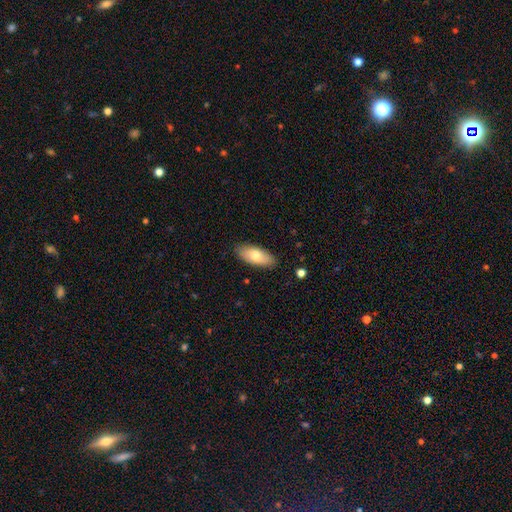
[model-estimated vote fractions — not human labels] Q: Smooth or featured?
A: smooth (73%); runner-up: featured or disk (22%)
Q: How rounded?
A: in between (86%); runner-up: cigar-shaped (12%)
Q: Merging?
A: none (87%); runner-up: minor disturbance (10%)